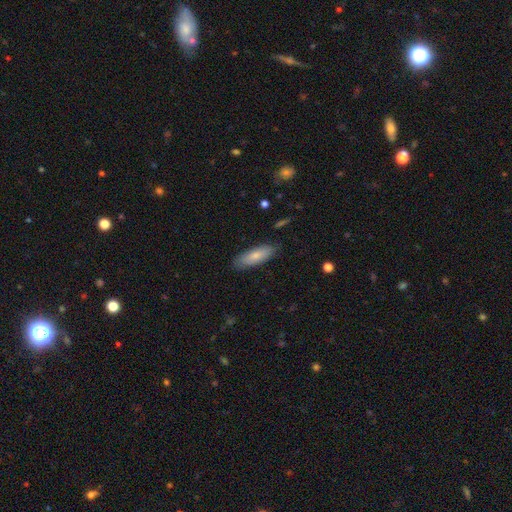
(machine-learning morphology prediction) Smooth or featured? Predicted: smooth (p=0.78). How rounded? Predicted: in between (p=0.57). Merging? Predicted: none (p=0.84).